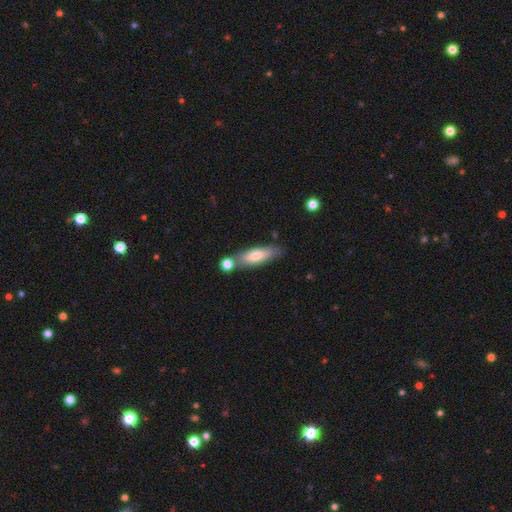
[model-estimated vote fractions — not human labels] Smooth or featured: smooth — 66% (featured or disk — 27%)
How rounded: cigar-shaped — 56% (in between — 42%)
Merging: none — 66% (merger — 15%)